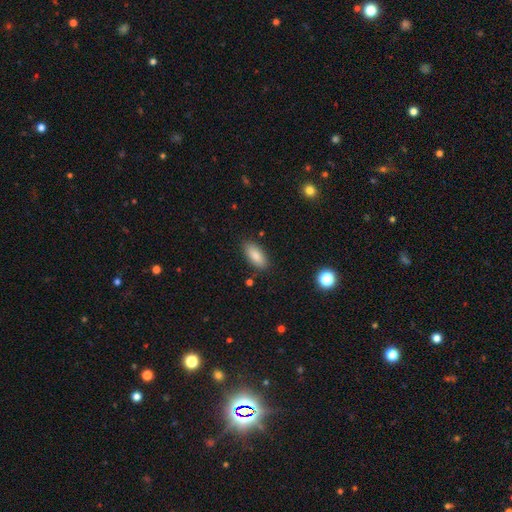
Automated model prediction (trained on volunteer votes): smooth 86%, star or artifact 7%, featured or disk 7%. Down the decision tree: how rounded — in between (84%); merging — none (86%).